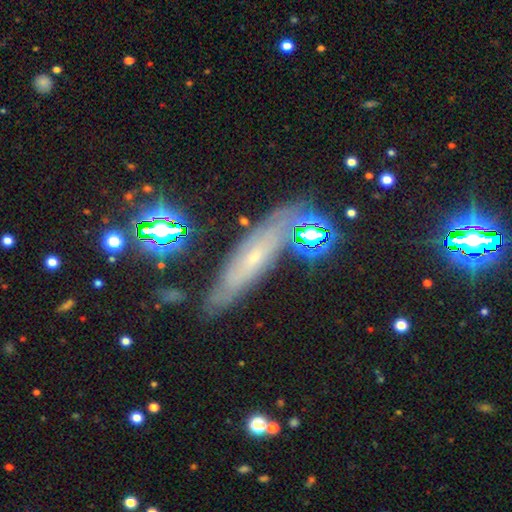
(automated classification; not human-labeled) This appears to be a featured or disk galaxy (57%). Merging: none (78%).